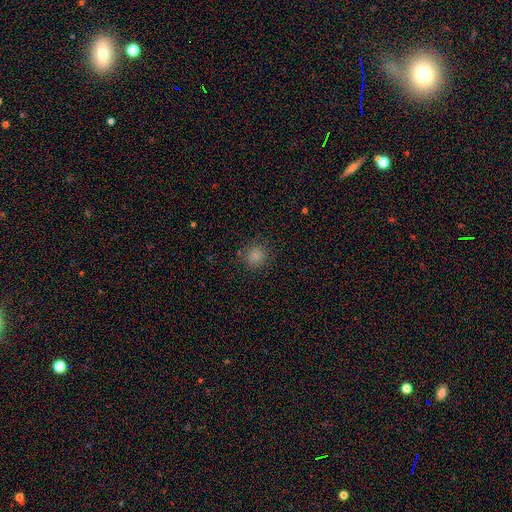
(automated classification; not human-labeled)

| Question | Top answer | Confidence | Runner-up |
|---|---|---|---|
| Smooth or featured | smooth | 82% | star or artifact (13%) |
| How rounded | round | 91% | in between (8%) |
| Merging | none | 86% | minor disturbance (9%) |